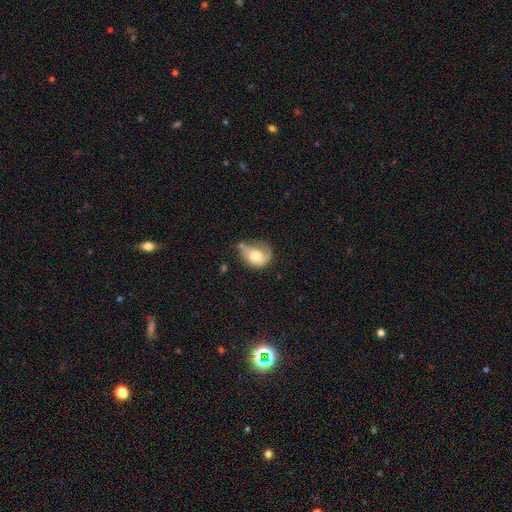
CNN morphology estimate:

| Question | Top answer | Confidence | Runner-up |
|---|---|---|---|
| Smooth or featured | smooth | 55% | featured or disk (37%) |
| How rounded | in between | 52% | round (47%) |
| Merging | minor disturbance | 34% | none (32%) |